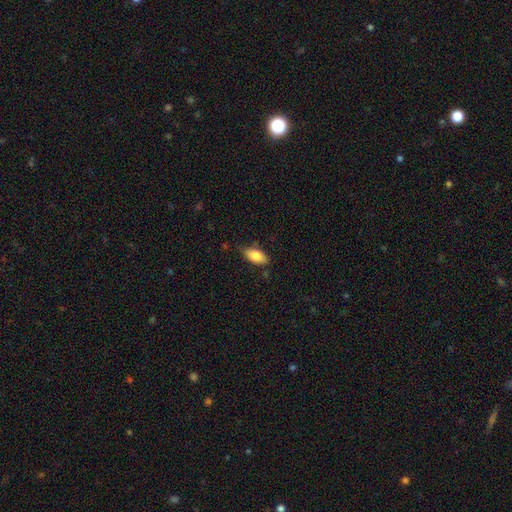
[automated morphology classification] Smooth or featured?
  - smooth: 83% *
  - featured or disk: 10%
  - star or artifact: 7%
How rounded?
  - in between: 89% *
  - cigar-shaped: 8%
  - round: 3%
Merging?
  - none: 77% *
  - minor disturbance: 17%
  - major disturbance: 3%
  - merger: 2%